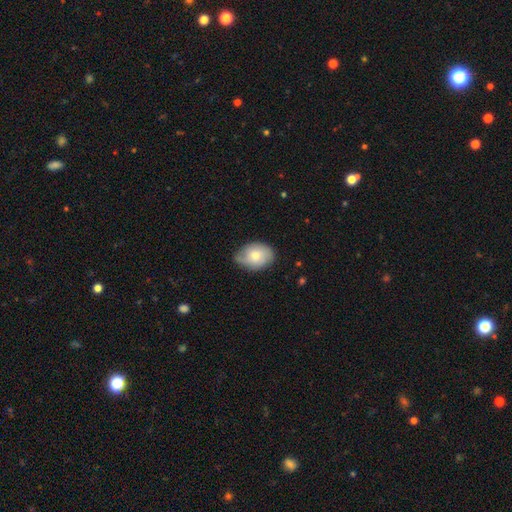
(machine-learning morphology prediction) Smooth or featured?
  - smooth: 71% *
  - featured or disk: 23%
  - star or artifact: 6%
How rounded?
  - in between: 73% *
  - round: 26%
  - cigar-shaped: 1%
Merging?
  - none: 59% *
  - minor disturbance: 34%
  - major disturbance: 6%
  - merger: 2%